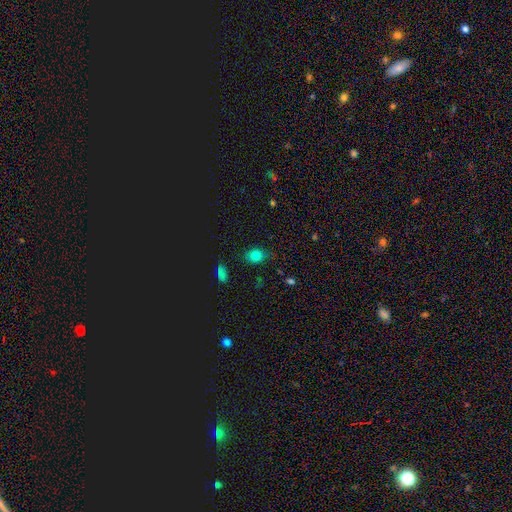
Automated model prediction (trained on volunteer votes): smooth 79%, star or artifact 14%, featured or disk 7%. Down the decision tree: how rounded — in between (60%); merging — none (75%).